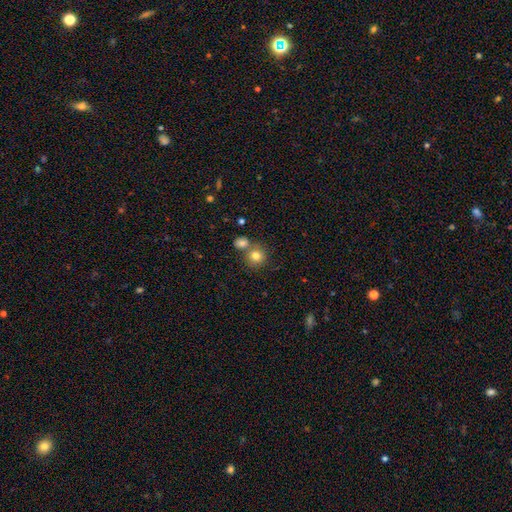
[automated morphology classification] A smooth galaxy with no disk features (80%) that is round (88%). Merging: none (60%).